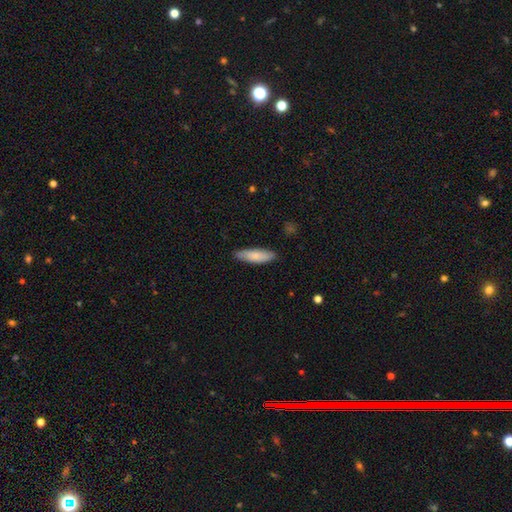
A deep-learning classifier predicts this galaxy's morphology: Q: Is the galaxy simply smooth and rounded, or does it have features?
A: smooth — 78%.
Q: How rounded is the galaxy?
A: cigar-shaped — 51%.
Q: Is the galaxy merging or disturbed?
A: none — 85%.